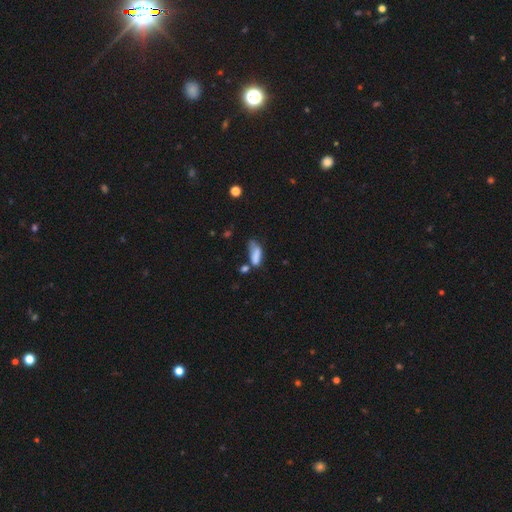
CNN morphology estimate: Smooth or featured?
  - smooth: 74% *
  - featured or disk: 16%
  - star or artifact: 11%
How rounded?
  - in between: 74% *
  - cigar-shaped: 23%
  - round: 3%
Merging?
  - minor disturbance: 29% *
  - none: 27%
  - major disturbance: 24%
  - merger: 20%